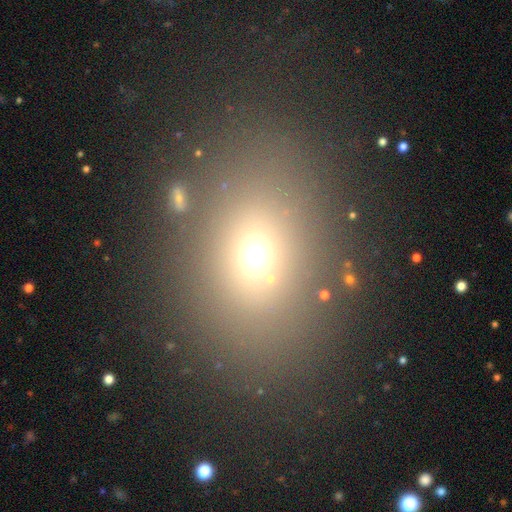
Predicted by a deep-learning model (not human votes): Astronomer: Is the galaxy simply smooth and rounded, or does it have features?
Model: smooth — 65%.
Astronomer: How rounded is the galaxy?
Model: in between — 55% (runner-up: round, 43%).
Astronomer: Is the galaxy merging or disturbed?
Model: none — 79%.